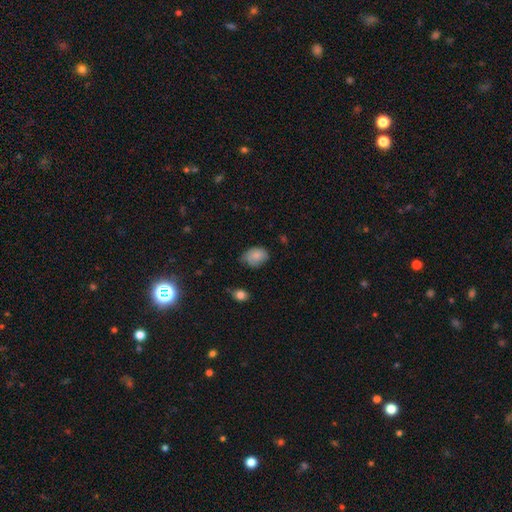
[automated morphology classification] Q: Smooth or featured?
A: smooth (81%); runner-up: featured or disk (10%)
Q: How rounded?
A: in between (75%); runner-up: round (24%)
Q: Merging?
A: none (56%); runner-up: minor disturbance (35%)